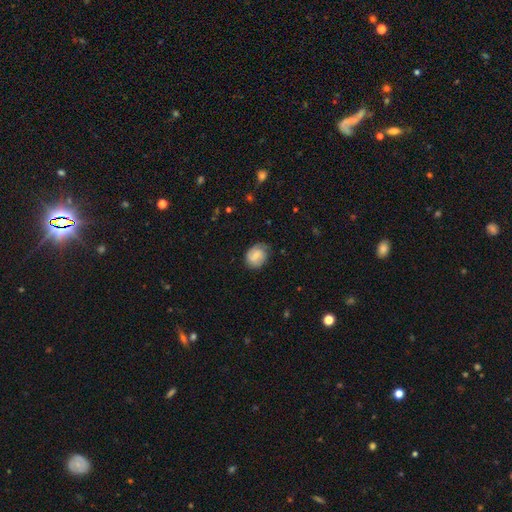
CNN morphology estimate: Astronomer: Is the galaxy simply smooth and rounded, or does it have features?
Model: smooth — 56% (runner-up: featured or disk, 36%).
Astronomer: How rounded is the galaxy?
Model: round — 53% (runner-up: in between, 46%).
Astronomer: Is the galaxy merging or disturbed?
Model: none — 64%.